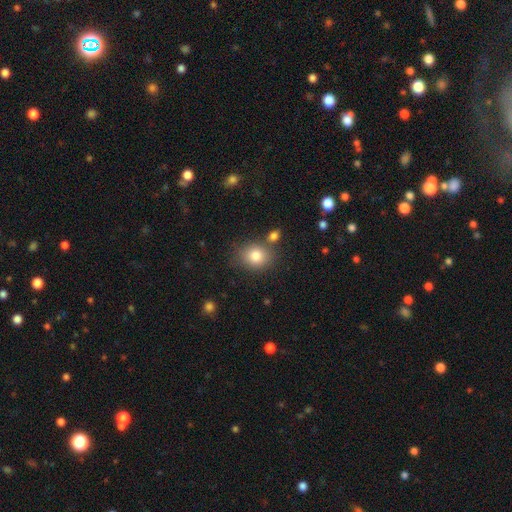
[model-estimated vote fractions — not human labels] smooth 81%, star or artifact 10%, featured or disk 8%. Down the decision tree: how rounded — round (62%); merging — none (72%).